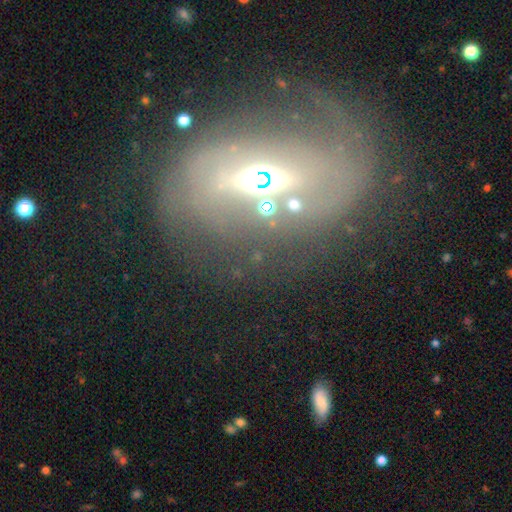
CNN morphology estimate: featured or disk 71%, smooth 17%, star or artifact 12%. Down the decision tree: edge-on disk — no (92%); bar — no (46%); spiral arms — yes (65%); bulge size — moderate (57%); merging — none (43%).